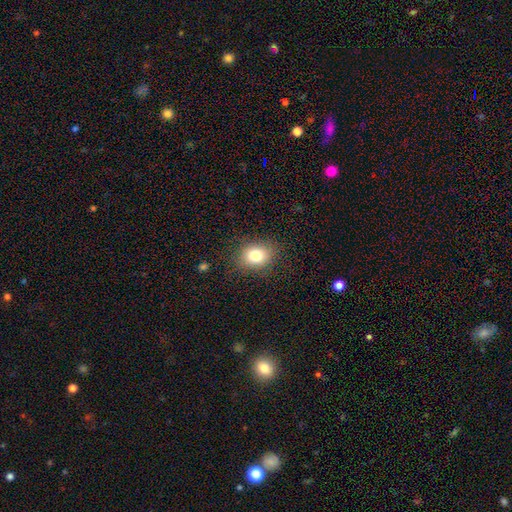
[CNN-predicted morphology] type=smooth (80%); roundness=in between (56%); merging=none (84%).